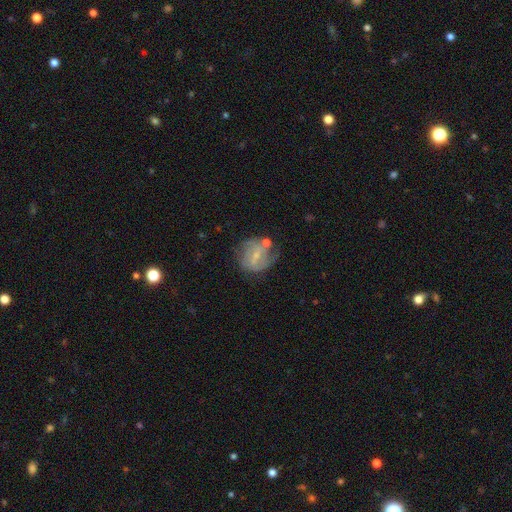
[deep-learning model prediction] A featured or disk galaxy (66%) with a weak bar (52%), spiral arms (78%) and a small central bulge (61%).

Vote fractions:
- Smooth or featured? featured or disk: 66% / smooth: 27% / star or artifact: 8%
- Edge-on disk? no: 97% / yes: 3%
- Bar? weak: 52% / no: 26% / strong: 22%
- Spiral arms? yes: 78% / no: 22%
- Bulge size? small: 61% / moderate: 28% / none: 8% / large: 1% / dominant: 1%
- Merging? none: 46% / minor disturbance: 24% / major disturbance: 16% / merger: 14%